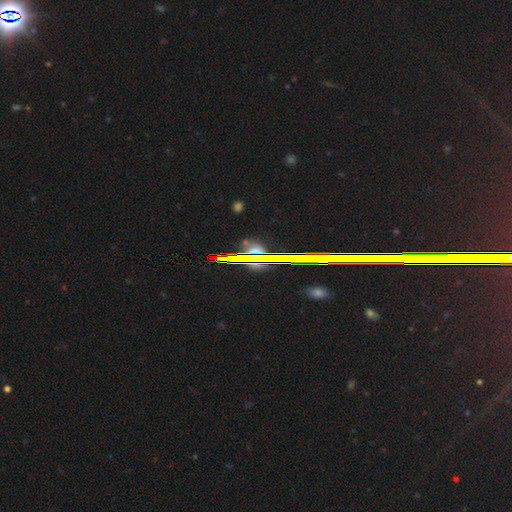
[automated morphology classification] smooth_or_featured: star or artifact (p=0.69) [alt: smooth p=0.18]